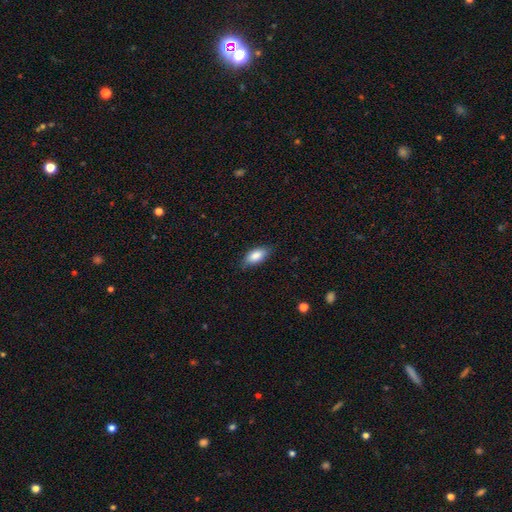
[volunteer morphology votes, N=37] smooth 84%, featured or disk 11%, star or artifact 5%. Down the decision tree: how rounded — in between (90%); merging — none (80%).